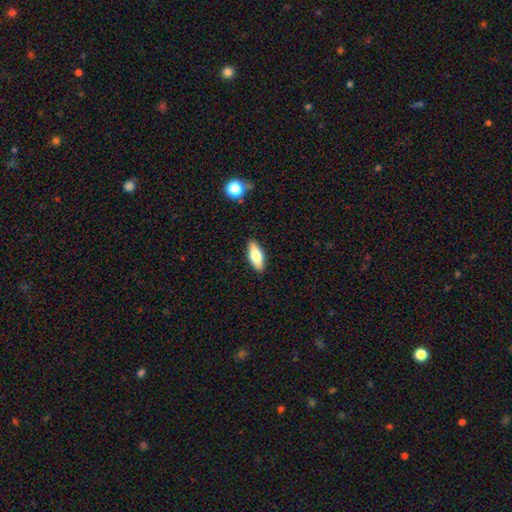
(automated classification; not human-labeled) smooth-or-featured: smooth: 66% | featured or disk: 28% | star or artifact: 7%
  how-rounded: in between: 71% | cigar-shaped: 26% | round: 3%
  merging: none: 88% | minor disturbance: 9% | major disturbance: 2% | merger: 1%